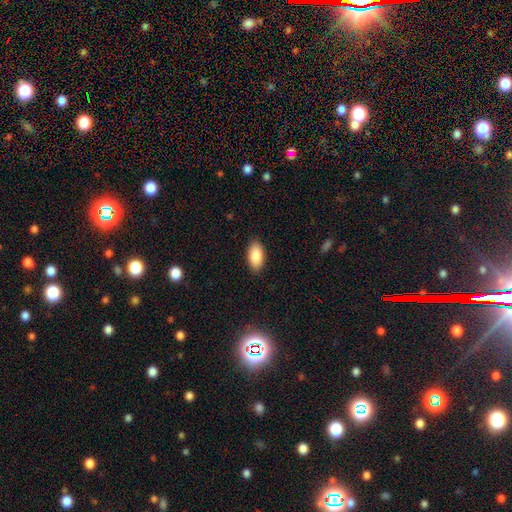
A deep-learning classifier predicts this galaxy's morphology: Smooth or featured?
  - smooth: 86% *
  - featured or disk: 7%
  - star or artifact: 7%
How rounded?
  - in between: 93% *
  - cigar-shaped: 4%
  - round: 3%
Merging?
  - none: 88% *
  - minor disturbance: 9%
  - major disturbance: 2%
  - merger: 1%